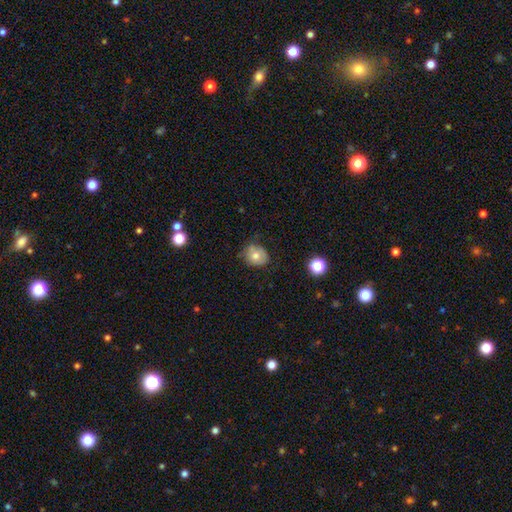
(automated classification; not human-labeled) smooth_or_featured: smooth (p=0.71) [alt: featured or disk p=0.19]
how_rounded: round (p=0.67) [alt: in between p=0.32]
merging: none (p=0.62) [alt: minor disturbance p=0.29]